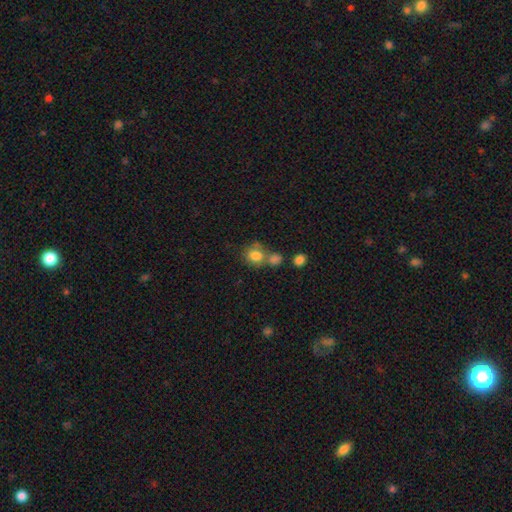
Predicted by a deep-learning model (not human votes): smooth_or_featured: smooth (p=0.80) [alt: star or artifact p=0.11]
how_rounded: round (p=0.73) [alt: in between p=0.26]
merging: none (p=0.49) [alt: merger p=0.34]